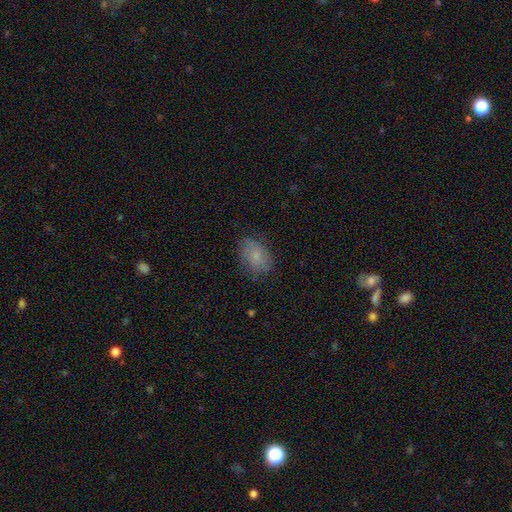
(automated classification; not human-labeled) Q: Smooth or featured?
A: smooth (74%); runner-up: featured or disk (17%)
Q: How rounded?
A: in between (75%); runner-up: round (24%)
Q: Merging?
A: none (74%); runner-up: minor disturbance (19%)